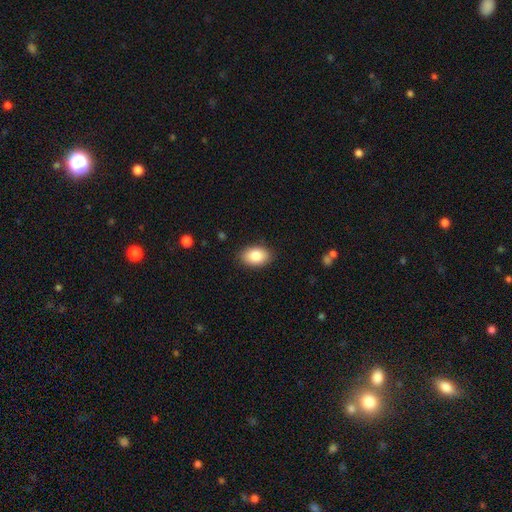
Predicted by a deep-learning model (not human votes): Smooth or featured? Predicted: smooth (p=0.85). How rounded? Predicted: in between (p=0.86). Merging? Predicted: none (p=0.87).